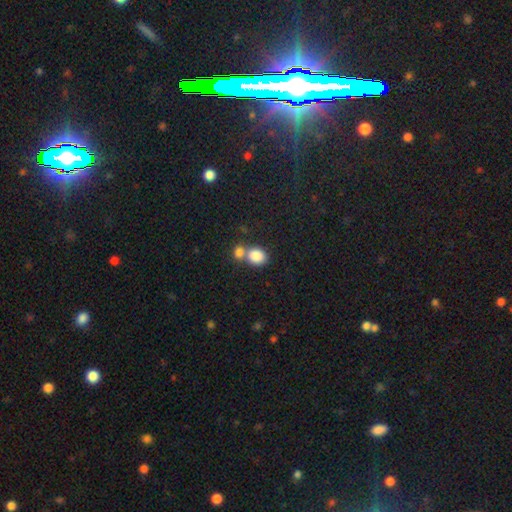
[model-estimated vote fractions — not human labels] Q: Smooth or featured?
A: smooth (85%); runner-up: star or artifact (9%)
Q: How rounded?
A: round (54%); runner-up: in between (45%)
Q: Merging?
A: merger (47%); runner-up: none (41%)